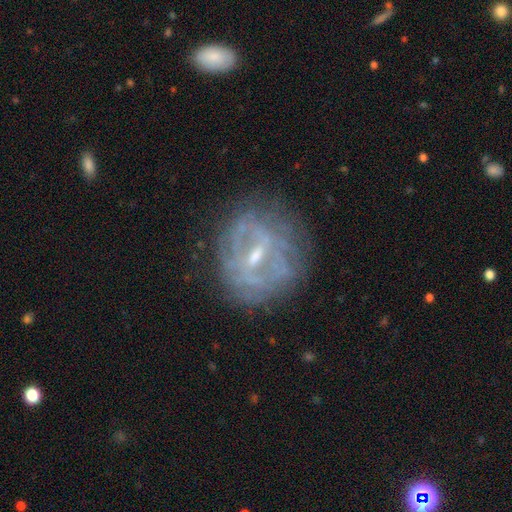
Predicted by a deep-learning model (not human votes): The model was most divided on "spiral arms": yes: 51%, no: 49%. Remaining: edge-on disk — no (96%); smooth or featured — featured or disk (76%); merging — none (70%); bar — weak (50%); bulge size — small (49%).